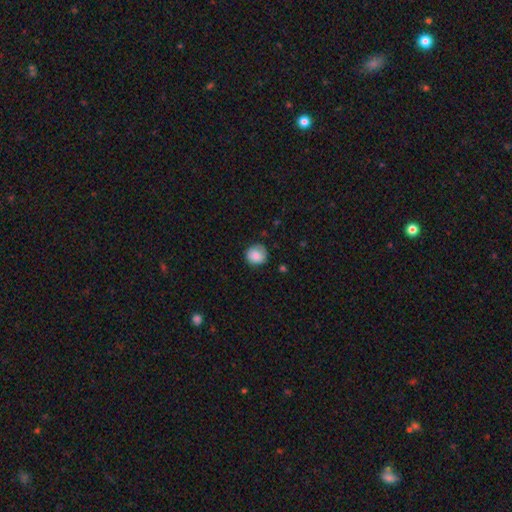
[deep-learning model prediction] A smooth galaxy with no disk features (84%) that is round (90%).

Vote fractions:
- Smooth or featured? smooth: 84% / featured or disk: 8% / star or artifact: 8%
- How rounded? round: 90% / in between: 9% / cigar-shaped: 1%
- Merging? none: 78% / minor disturbance: 18% / major disturbance: 3% / merger: 1%